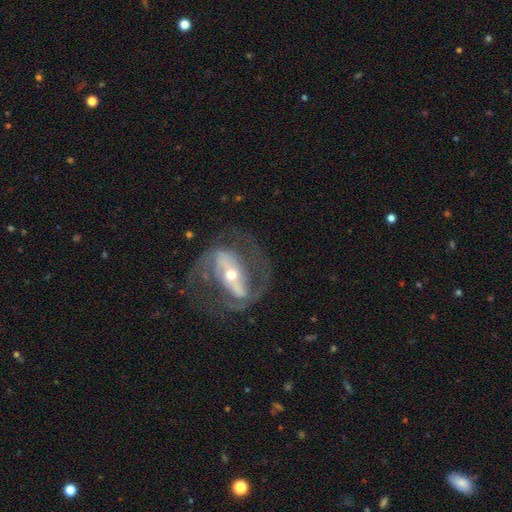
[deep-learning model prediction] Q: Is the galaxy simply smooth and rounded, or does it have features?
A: featured or disk — 84%.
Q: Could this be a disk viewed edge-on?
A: no — 88%.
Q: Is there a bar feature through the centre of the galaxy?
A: strong — 64%.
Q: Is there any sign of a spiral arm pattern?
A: yes — 82%.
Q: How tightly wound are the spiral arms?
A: medium — 45%.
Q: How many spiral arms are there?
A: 2 — 78%.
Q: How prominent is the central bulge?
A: small — 48%.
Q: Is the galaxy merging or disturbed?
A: none — 68%.